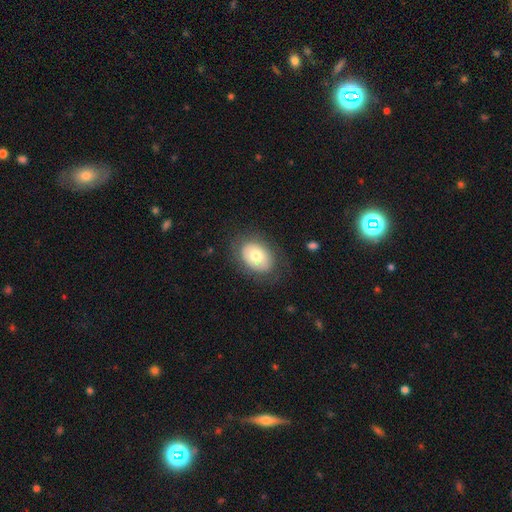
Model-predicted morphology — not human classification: This appears to be a smooth galaxy with no disk features (64%) that is in between round and cigar-shaped (75%). Merging: none (74%).